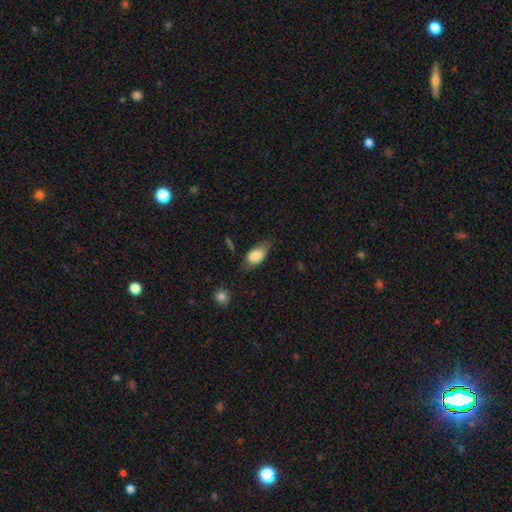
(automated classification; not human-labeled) smooth 81%, featured or disk 12%, star or artifact 7%. Down the decision tree: how rounded — in between (89%); merging — none (61%).